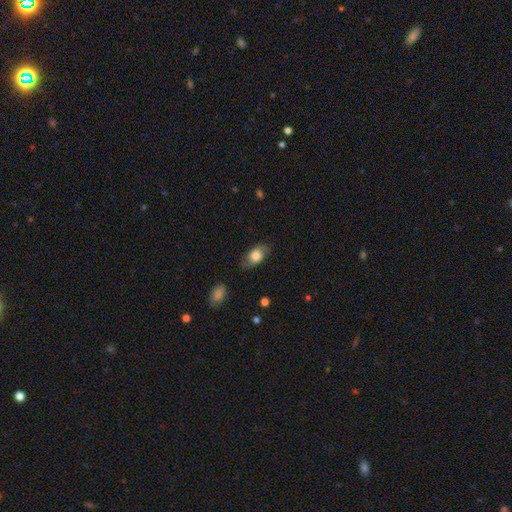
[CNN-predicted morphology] type=smooth (67%); roundness=in between (86%); merging=none (74%).